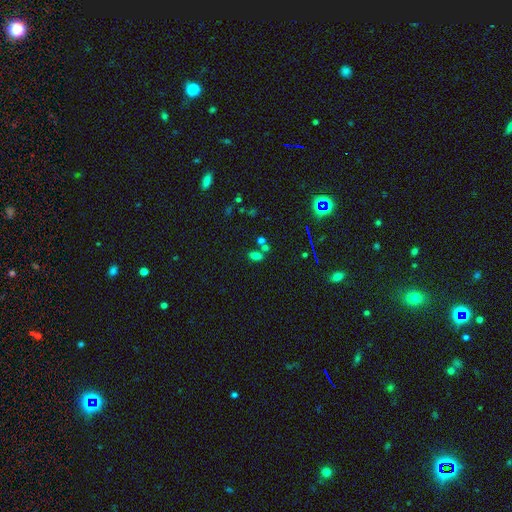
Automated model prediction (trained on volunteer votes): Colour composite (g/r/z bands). It shows a smooth galaxy with no disk features (64%) that is in between round and cigar-shaped (83%). Merging: none (55%).